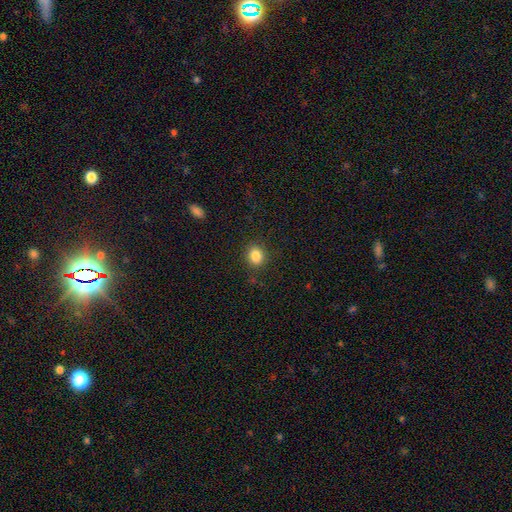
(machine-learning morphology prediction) Q: Smooth or featured?
A: smooth (85%); runner-up: star or artifact (11%)
Q: How rounded?
A: round (66%); runner-up: in between (33%)
Q: Merging?
A: none (87%); runner-up: minor disturbance (9%)